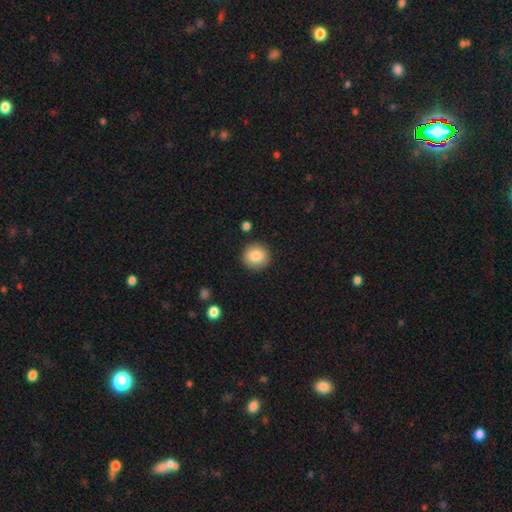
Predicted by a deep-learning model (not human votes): Smooth or featured?
  - smooth: 85% *
  - star or artifact: 9%
  - featured or disk: 7%
How rounded?
  - round: 93% *
  - in between: 6%
  - cigar-shaped: 1%
Merging?
  - none: 90% *
  - minor disturbance: 6%
  - major disturbance: 2%
  - merger: 2%